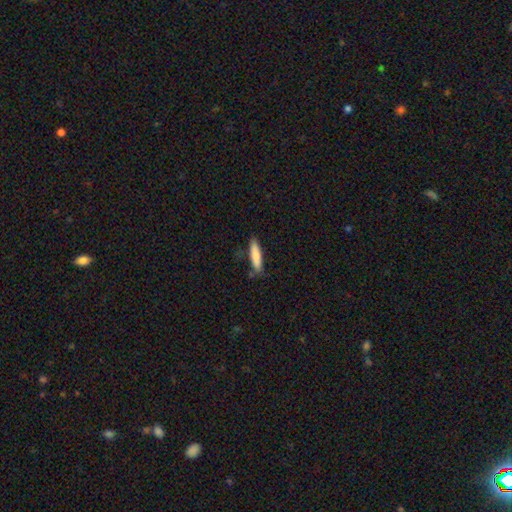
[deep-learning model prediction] smooth 81%, featured or disk 13%, star or artifact 6%. Down the decision tree: how rounded — cigar-shaped (78%); merging — none (78%).